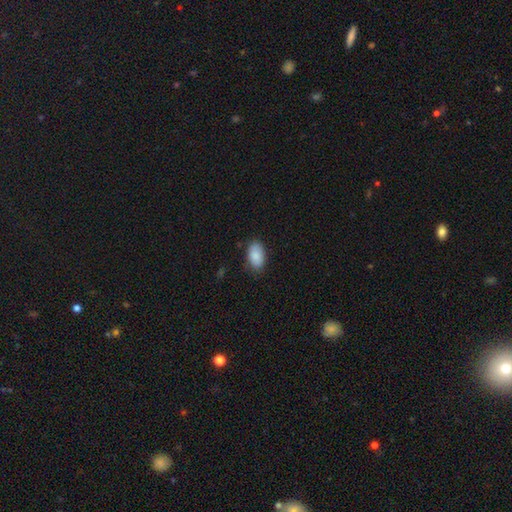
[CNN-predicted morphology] The model was most divided on "merging": none: 80%, minor disturbance: 16%, major disturbance: 3%, merger: 1%. More confident: how rounded — in between (93%); smooth or featured — smooth (87%).